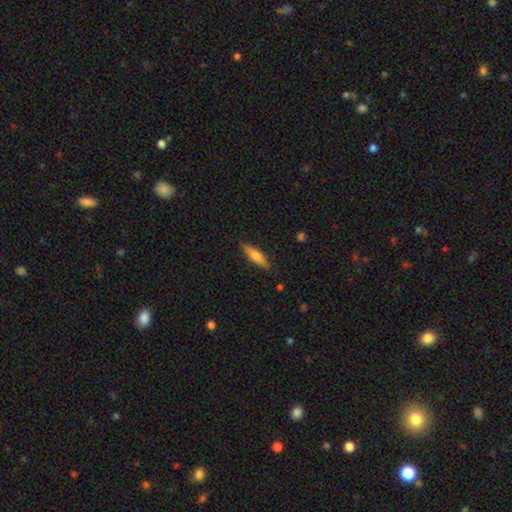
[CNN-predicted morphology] A smooth galaxy with no disk features (59%) that is cigar-shaped (71%).

Vote fractions:
- Smooth or featured? smooth: 59% / featured or disk: 34% / star or artifact: 6%
- How rounded? cigar-shaped: 71% / in between: 27% / round: 2%
- Merging? none: 87% / minor disturbance: 10% / major disturbance: 2% / merger: 1%